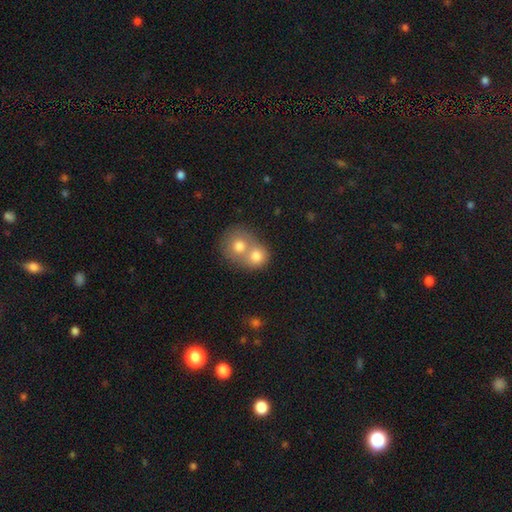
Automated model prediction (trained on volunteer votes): A smooth galaxy with no disk features (73%) that is round (74%).

Vote fractions:
- Smooth or featured? smooth: 73% / featured or disk: 18% / star or artifact: 8%
- How rounded? round: 74% / in between: 25% / cigar-shaped: 1%
- Merging? merger: 69% / none: 23% / minor disturbance: 5% / major disturbance: 2%